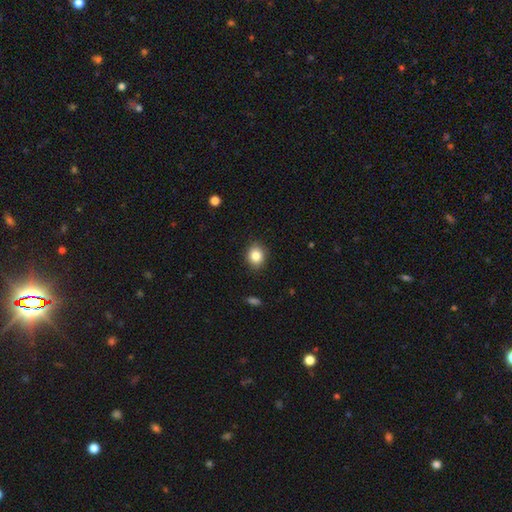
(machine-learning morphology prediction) A smooth galaxy with no disk features (85%) that is round (65%).

Vote fractions:
- Smooth or featured? smooth: 85% / star or artifact: 10% / featured or disk: 6%
- How rounded? round: 65% / in between: 34% / cigar-shaped: 1%
- Merging? none: 89% / minor disturbance: 8% / major disturbance: 2% / merger: 1%